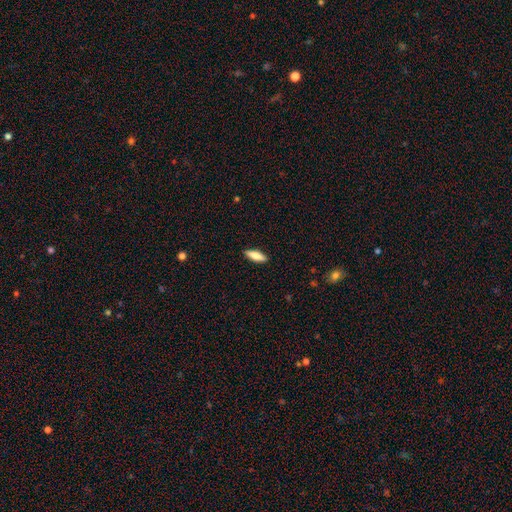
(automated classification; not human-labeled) The model was most divided on "how rounded" (2-way tie): cigar-shaped: 49%, in between: 49%, round: 2%. More confident: merging — none (89%); smooth or featured — smooth (80%).